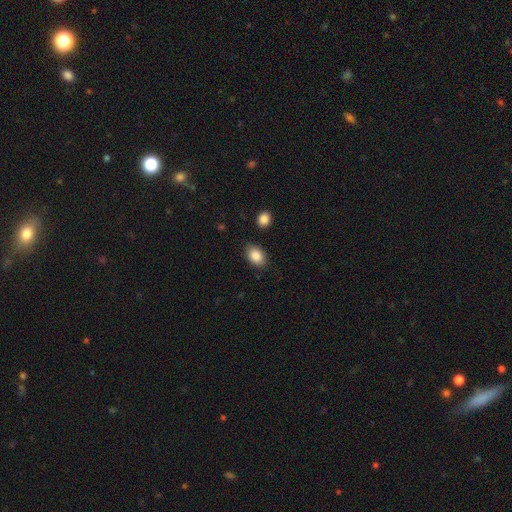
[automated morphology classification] A smooth galaxy with no disk features (87%) that is in between round and cigar-shaped (83%).

Vote fractions:
- Smooth or featured? smooth: 87% / star or artifact: 7% / featured or disk: 6%
- How rounded? in between: 83% / round: 15% / cigar-shaped: 1%
- Merging? none: 85% / minor disturbance: 10% / merger: 2% / major disturbance: 2%